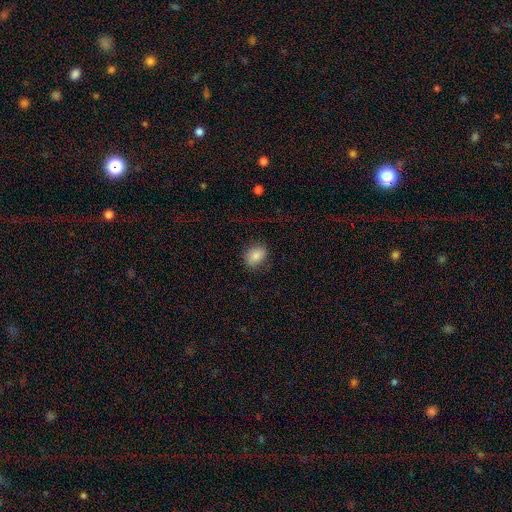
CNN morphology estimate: Q: Smooth or featured?
A: smooth (86%); runner-up: star or artifact (8%)
Q: How rounded?
A: in between (68%); runner-up: round (31%)
Q: Merging?
A: none (82%); runner-up: minor disturbance (13%)